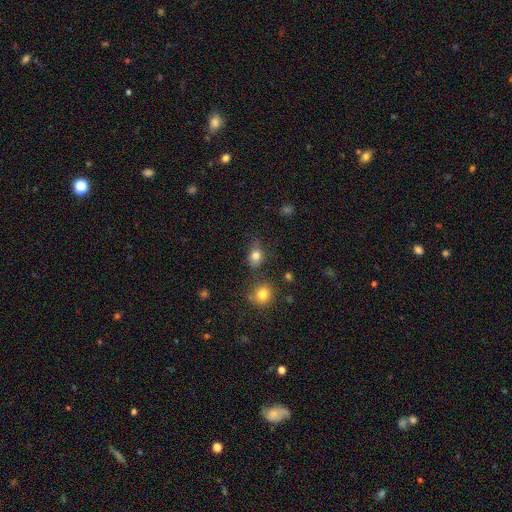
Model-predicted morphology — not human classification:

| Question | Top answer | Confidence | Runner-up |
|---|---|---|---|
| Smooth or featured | smooth | 80% | star or artifact (12%) |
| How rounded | in between | 58% | round (40%) |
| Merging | none | 59% | minor disturbance (26%) |